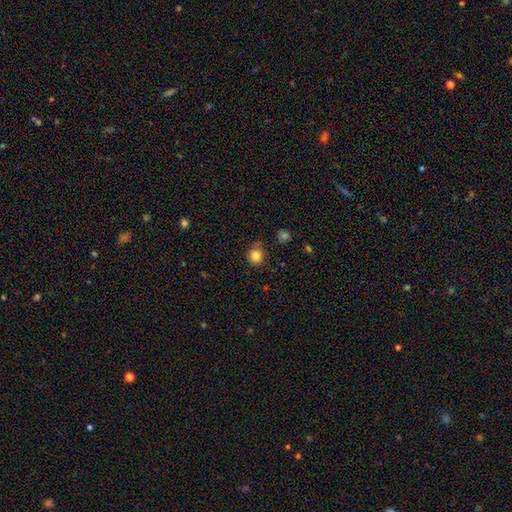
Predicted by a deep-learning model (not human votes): Q: Smooth or featured?
A: smooth (83%); runner-up: star or artifact (12%)
Q: How rounded?
A: round (85%); runner-up: in between (14%)
Q: Merging?
A: none (74%); runner-up: minor disturbance (18%)